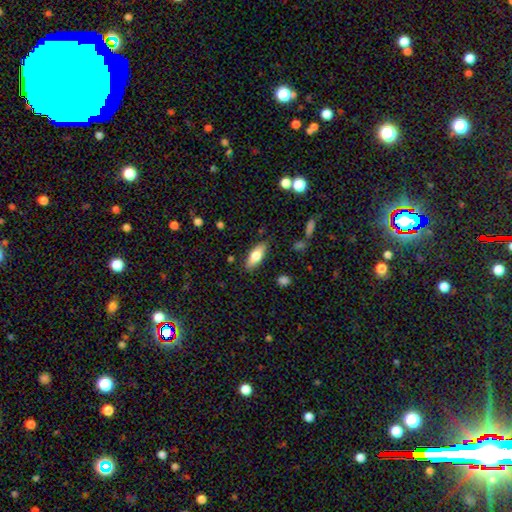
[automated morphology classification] Smooth or featured: smooth — 74% (featured or disk — 19%)
How rounded: in between — 75% (cigar-shaped — 23%)
Merging: none — 84% (minor disturbance — 11%)